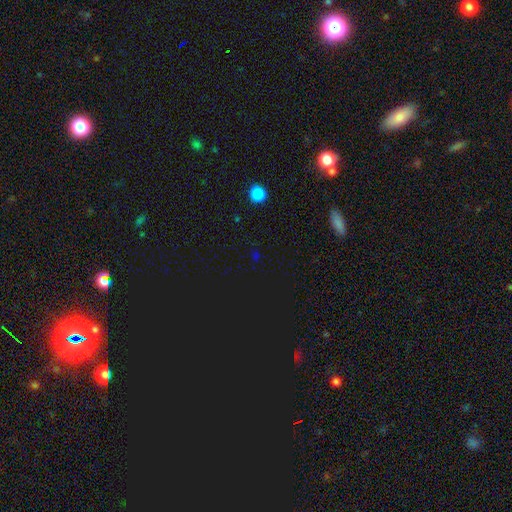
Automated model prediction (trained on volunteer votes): Smooth or featured? Predicted: star or artifact (p=0.63).